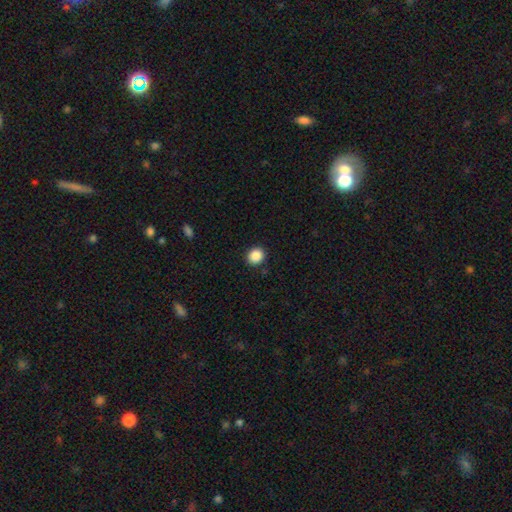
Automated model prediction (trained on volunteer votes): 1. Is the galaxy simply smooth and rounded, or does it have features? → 87% smooth, 10% star or artifact, 3% featured or disk.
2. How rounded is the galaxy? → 87% round, 12% in between, 1% cigar-shaped.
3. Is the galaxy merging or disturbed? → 91% none, 6% minor disturbance, 2% major disturbance, 1% merger.